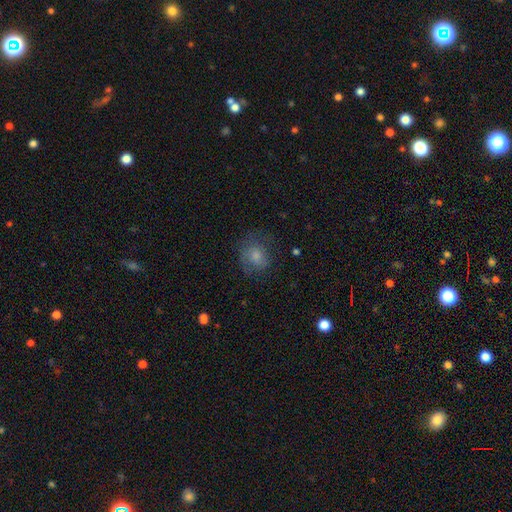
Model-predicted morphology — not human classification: Smooth or featured: smooth — 53% (featured or disk — 30%)
How rounded: round — 71% (in between — 28%)
Merging: none — 67% (minor disturbance — 19%)